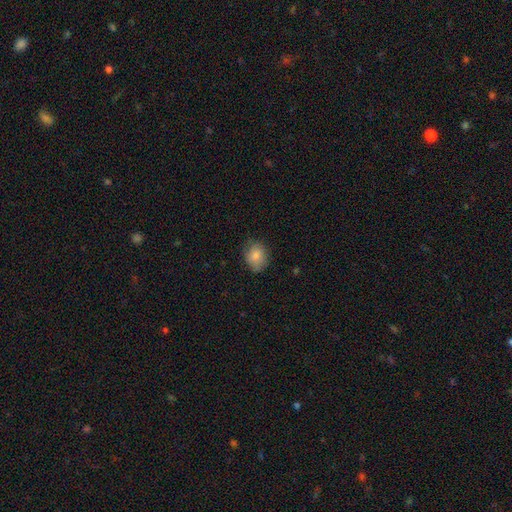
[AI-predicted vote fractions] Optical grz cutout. It shows a smooth galaxy with no disk features (82%) that is round (55%). Merging: none (75%).